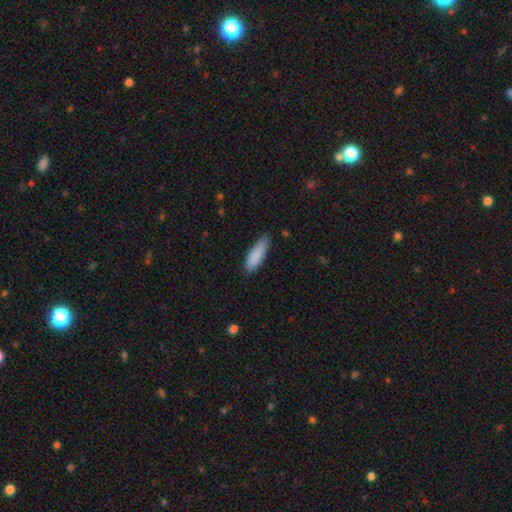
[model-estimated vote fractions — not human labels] smooth-or-featured: smooth: 87% | featured or disk: 7% | star or artifact: 6%
  how-rounded: in between: 50% | cigar-shaped: 48% | round: 2%
  merging: none: 68% | minor disturbance: 26% | major disturbance: 4% | merger: 2%